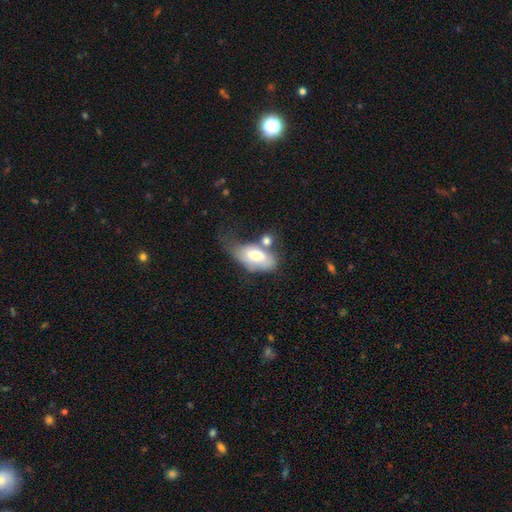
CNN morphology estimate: type=smooth (60%); roundness=in between (90%); merging=merger (30%).